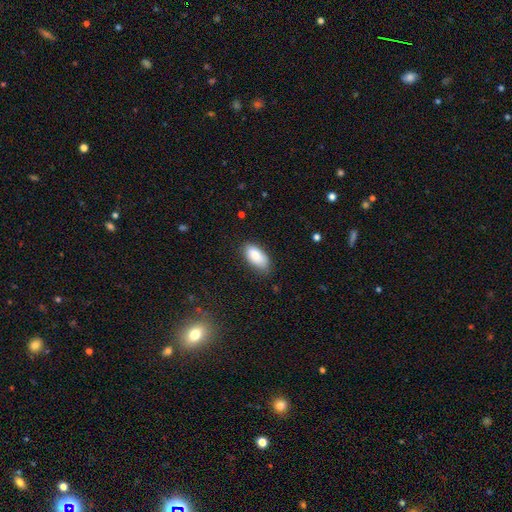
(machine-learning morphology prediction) A smooth galaxy with no disk features (84%) that is in between round and cigar-shaped (93%).

Vote fractions:
- Smooth or featured? smooth: 84% / featured or disk: 9% / star or artifact: 7%
- How rounded? in between: 93% / cigar-shaped: 5% / round: 3%
- Merging? none: 76% / minor disturbance: 19% / major disturbance: 4% / merger: 1%